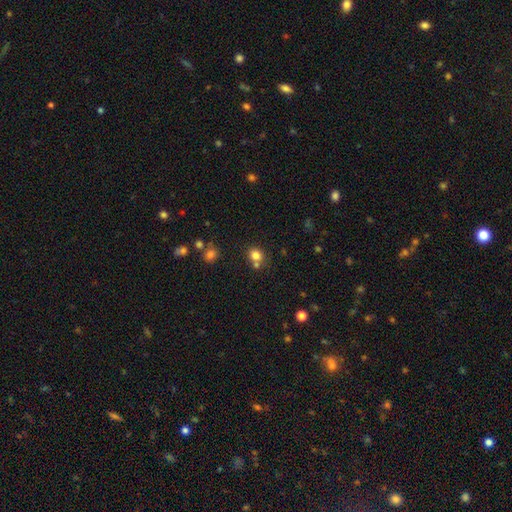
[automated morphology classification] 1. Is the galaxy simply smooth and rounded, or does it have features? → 79% smooth, 14% star or artifact, 7% featured or disk.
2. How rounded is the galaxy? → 74% round, 25% in between, 1% cigar-shaped.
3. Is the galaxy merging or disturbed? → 62% none, 24% merger, 10% minor disturbance, 3% major disturbance.